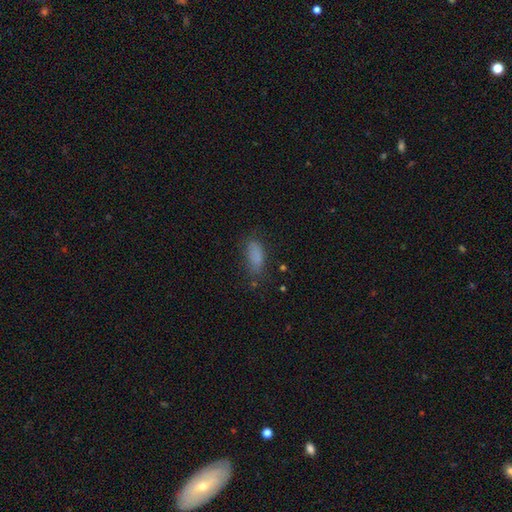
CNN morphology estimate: A smooth galaxy with no disk features (80%) that is in between round and cigar-shaped (82%).

Vote fractions:
- Smooth or featured? smooth: 80% / star or artifact: 12% / featured or disk: 8%
- How rounded? in between: 82% / cigar-shaped: 15% / round: 3%
- Merging? none: 63% / minor disturbance: 23% / major disturbance: 12% / merger: 2%